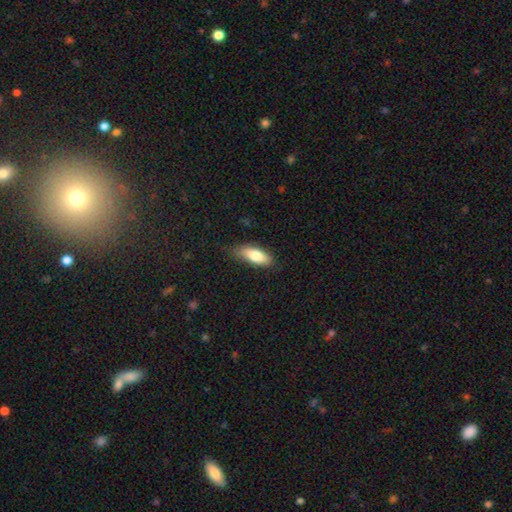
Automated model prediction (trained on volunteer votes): A smooth galaxy with no disk features (80%) that is in between round and cigar-shaped (75%). Merging: none (73%).